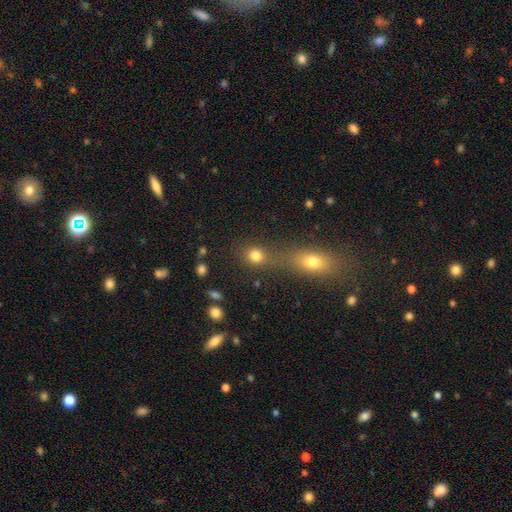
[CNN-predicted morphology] This is likely a smooth galaxy (79%). How rounded: likely round (75%). Merging: marginally none (44%).